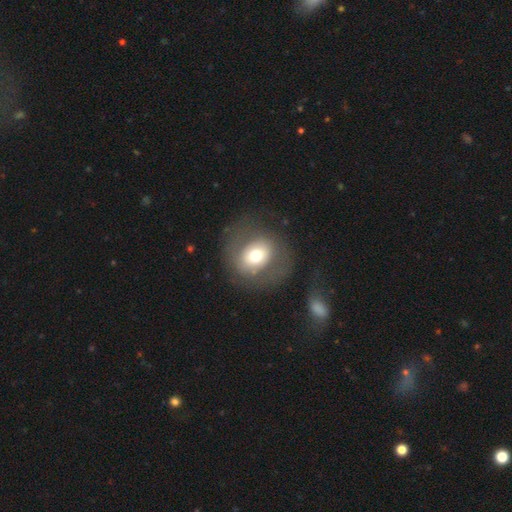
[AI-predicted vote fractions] Q: Smooth or featured?
A: smooth (58%); runner-up: featured or disk (32%)
Q: How rounded?
A: round (71%); runner-up: in between (28%)
Q: Merging?
A: none (68%); runner-up: major disturbance (15%)